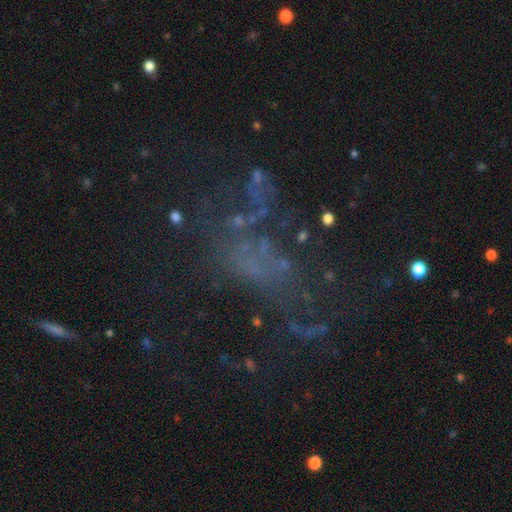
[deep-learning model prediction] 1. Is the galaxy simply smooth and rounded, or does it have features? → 43% star or artifact, 36% featured or disk, 20% smooth.